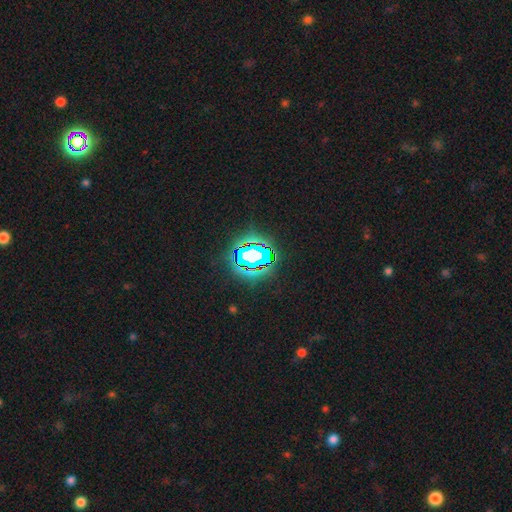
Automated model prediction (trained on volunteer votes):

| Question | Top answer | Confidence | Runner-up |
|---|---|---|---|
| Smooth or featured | star or artifact | 72% | smooth (16%) |